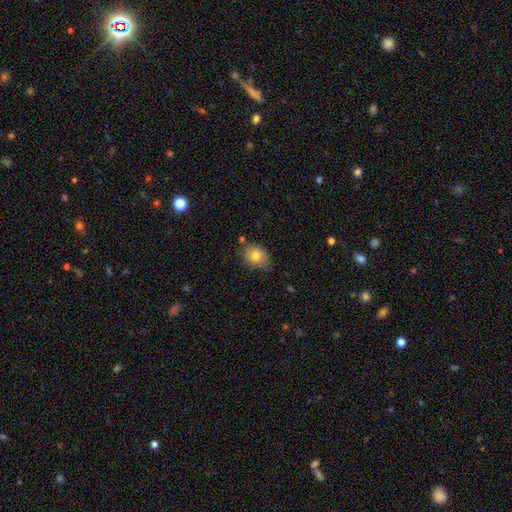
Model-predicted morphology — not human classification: A smooth galaxy with no disk features (77%) that is in between round and cigar-shaped (57%). Merging: none (65%).